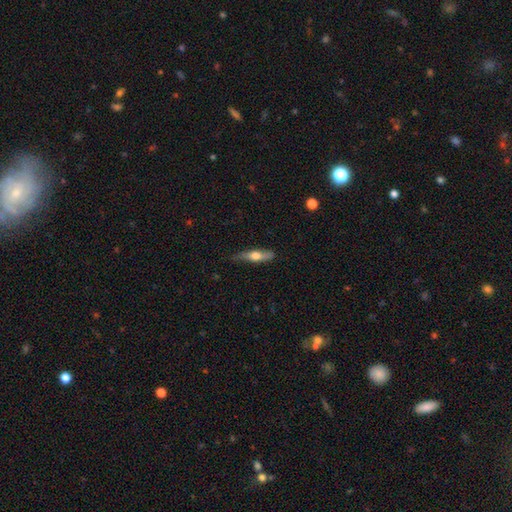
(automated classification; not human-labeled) Smooth or featured? Predicted: smooth (p=0.48). Merging? Predicted: none (p=0.71).